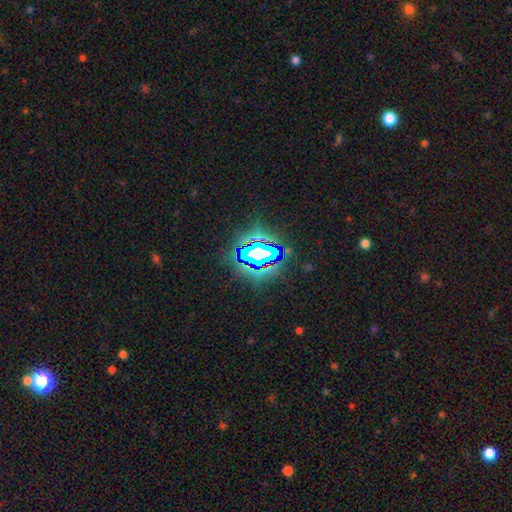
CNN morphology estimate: A star or artifact, not a galaxy (72%).

Vote fractions:
- Smooth or featured? star or artifact: 72% / smooth: 15% / featured or disk: 13%